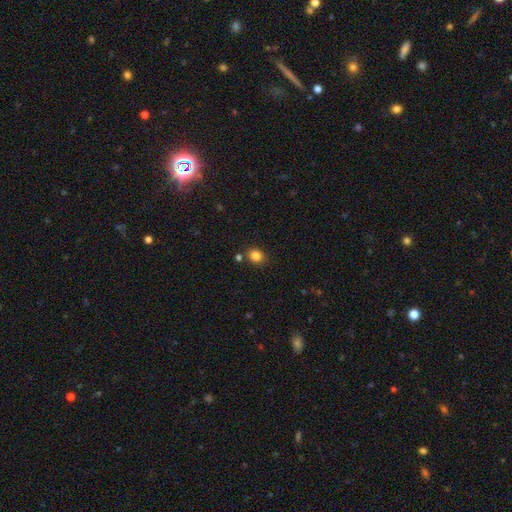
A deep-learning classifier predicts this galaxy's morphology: The model was most divided on "how rounded": round: 67%, in between: 32%, cigar-shaped: 1%. More confident: smooth or featured — smooth (83%); merging — none (81%).